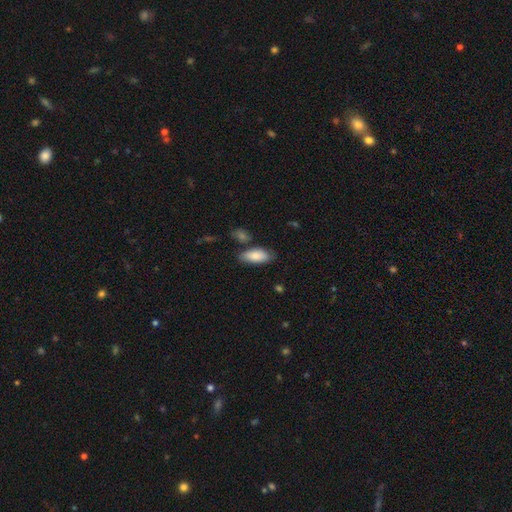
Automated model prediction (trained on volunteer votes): A smooth galaxy with no disk features (84%) that is in between round and cigar-shaped (85%).

Vote fractions:
- Smooth or featured? smooth: 84% / featured or disk: 10% / star or artifact: 6%
- How rounded? in between: 85% / cigar-shaped: 12% / round: 2%
- Merging? none: 73% / minor disturbance: 17% / merger: 7% / major disturbance: 4%